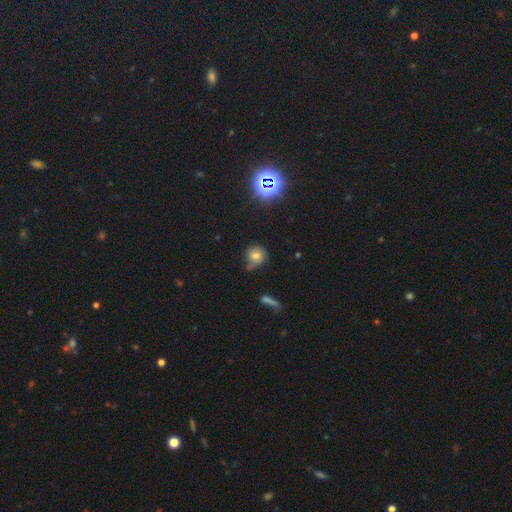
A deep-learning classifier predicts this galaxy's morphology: The model was most divided on "merging": none: 56%, minor disturbance: 21%, merger: 13%, major disturbance: 9%. More confident: how rounded — round (84%); smooth or featured — smooth (66%).